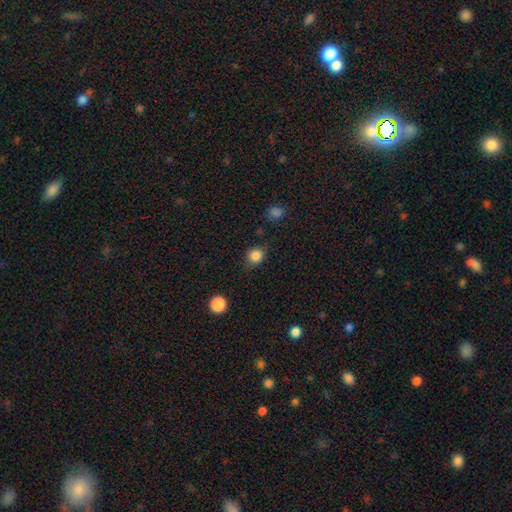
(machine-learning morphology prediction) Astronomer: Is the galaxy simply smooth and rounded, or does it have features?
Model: smooth — 84%.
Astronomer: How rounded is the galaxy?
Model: round — 80%.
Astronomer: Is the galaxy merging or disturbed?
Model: none — 75%.